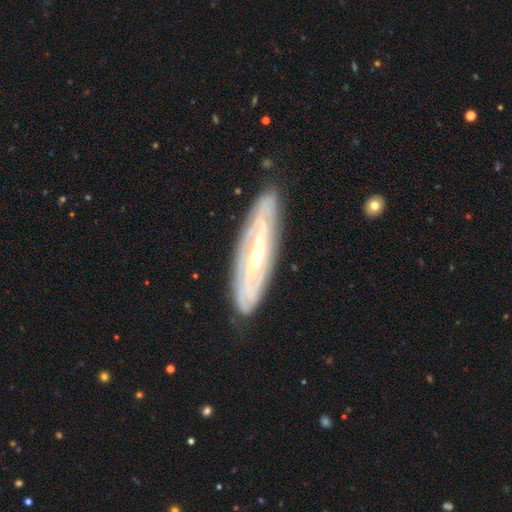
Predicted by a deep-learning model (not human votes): Smooth or featured: featured or disk — 81% (smooth — 13%)
Edge-on disk: no — 70% (yes — 30%)
Bar: strong — 36% (weak — 34%)
Spiral arms: yes — 82% (no — 18%)
Bulge size: small — 48% (moderate — 47%)
Merging: none — 85% (minor disturbance — 11%)